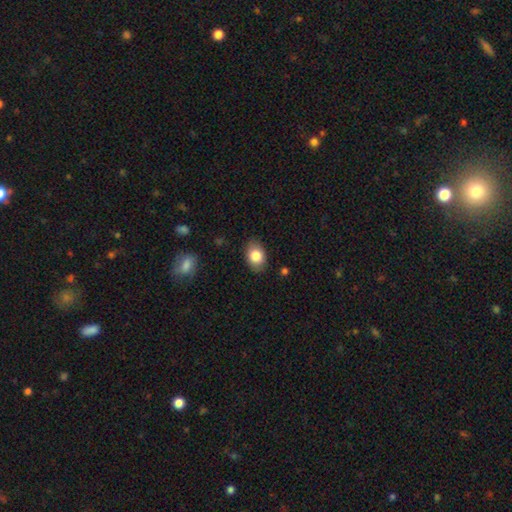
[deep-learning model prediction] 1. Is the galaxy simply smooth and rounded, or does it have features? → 83% smooth, 9% featured or disk, 8% star or artifact.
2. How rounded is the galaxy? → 79% in between, 20% round, 1% cigar-shaped.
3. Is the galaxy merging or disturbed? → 84% none, 12% minor disturbance, 3% major disturbance, 1% merger.